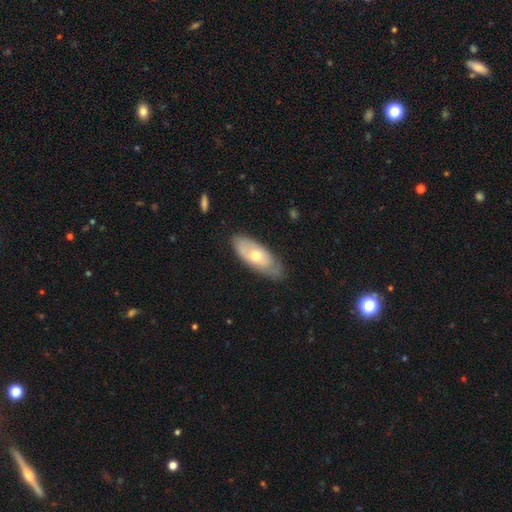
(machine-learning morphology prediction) smooth_or_featured: featured or disk (p=0.50) [alt: smooth p=0.45]
merging: none (p=0.71) [alt: minor disturbance p=0.23]